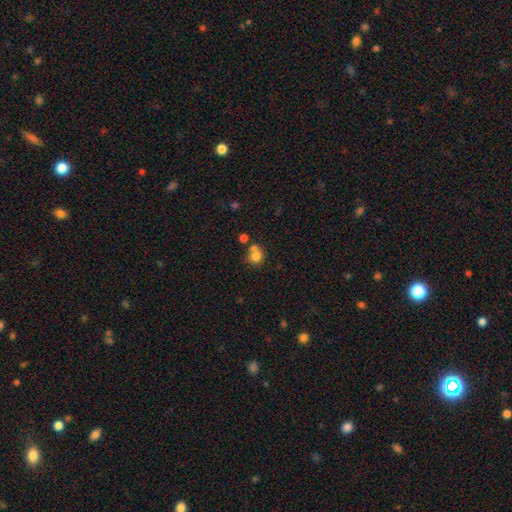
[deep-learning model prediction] Smooth or featured? smooth (78%)
How rounded? round (82%)
Merging? none (46%)